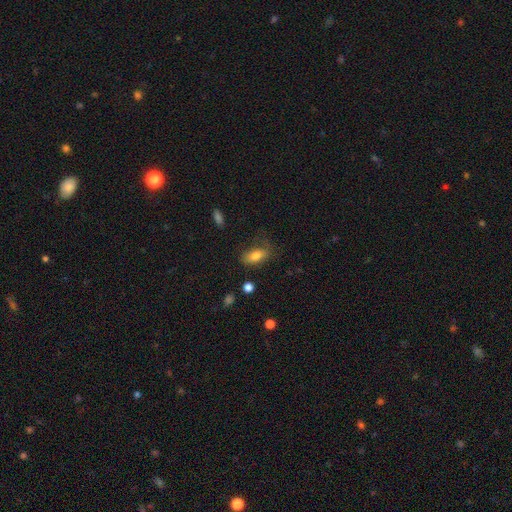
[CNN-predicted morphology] smooth-or-featured: smooth: 78% | featured or disk: 13% | star or artifact: 9%
  how-rounded: in between: 86% | cigar-shaped: 8% | round: 5%
  merging: none: 60% | minor disturbance: 25% | major disturbance: 12% | merger: 2%